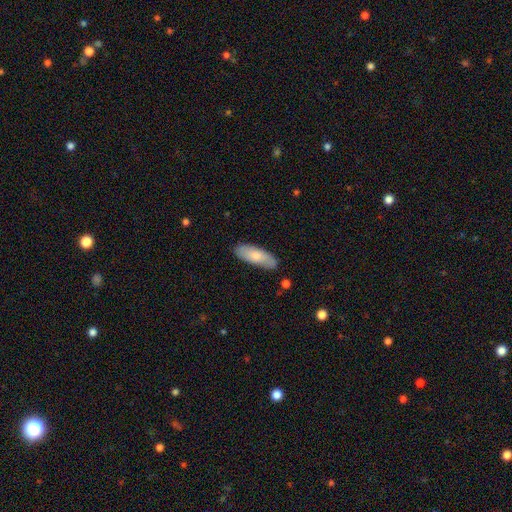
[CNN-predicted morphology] A smooth galaxy with no disk features (75%) that is in between round and cigar-shaped (70%).

Vote fractions:
- Smooth or featured? smooth: 75% / featured or disk: 20% / star or artifact: 5%
- How rounded? in between: 70% / cigar-shaped: 28% / round: 2%
- Merging? none: 82% / minor disturbance: 14% / major disturbance: 2% / merger: 2%